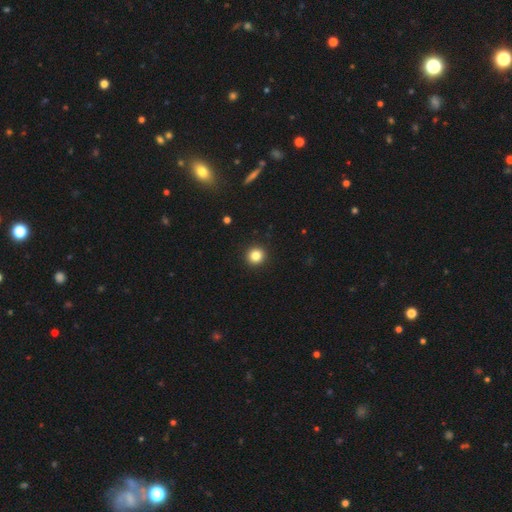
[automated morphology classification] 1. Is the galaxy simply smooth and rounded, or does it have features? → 84% smooth, 11% star or artifact, 5% featured or disk.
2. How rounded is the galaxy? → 94% round, 5% in between, 1% cigar-shaped.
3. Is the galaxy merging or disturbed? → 93% none, 4% minor disturbance, 2% major disturbance, 1% merger.